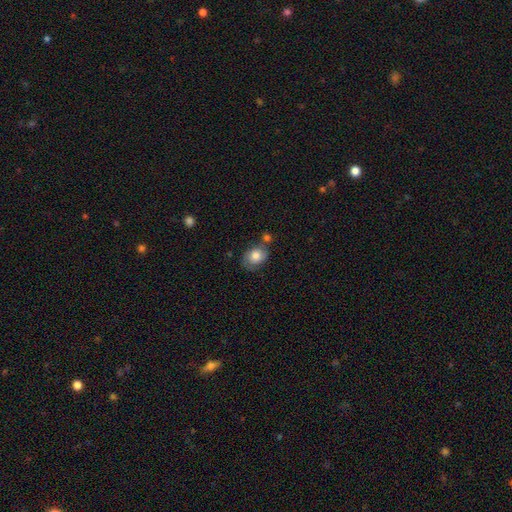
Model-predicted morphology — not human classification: smooth_or_featured: smooth (p=0.71) [alt: featured or disk p=0.22]
how_rounded: in between (p=0.62) [alt: round p=0.37]
merging: none (p=0.51) [alt: minor disturbance p=0.23]